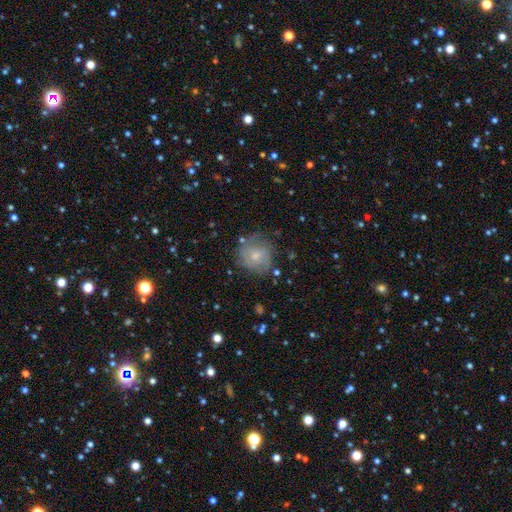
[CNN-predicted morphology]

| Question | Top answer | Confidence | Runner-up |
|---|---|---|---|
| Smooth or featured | smooth | 56% | featured or disk (34%) |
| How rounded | round | 84% | in between (15%) |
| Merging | none | 66% | minor disturbance (22%) |